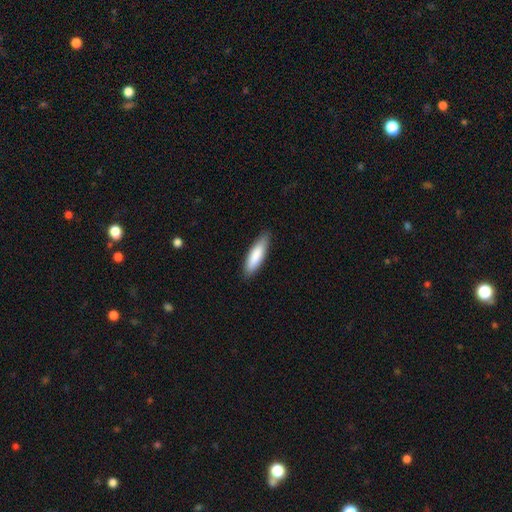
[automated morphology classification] smooth-or-featured: smooth: 85% | featured or disk: 10% | star or artifact: 5%
  how-rounded: cigar-shaped: 59% | in between: 39% | round: 1%
  merging: none: 87% | minor disturbance: 10% | major disturbance: 2% | merger: 1%